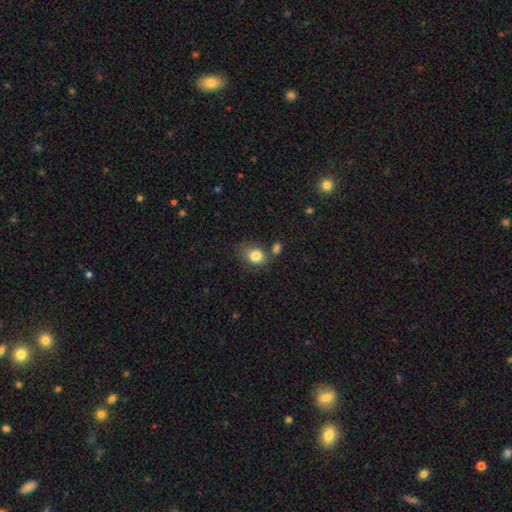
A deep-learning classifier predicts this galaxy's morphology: Overall: smooth (84%). How rounded: in between (54%; round 45%). Merging: none (53%; minor disturbance 21%).